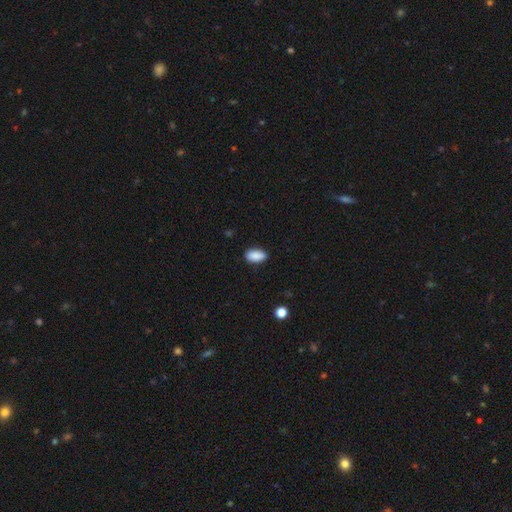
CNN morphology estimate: smooth 89%, star or artifact 7%, featured or disk 4%. Down the decision tree: how rounded — in between (93%); merging — none (86%).